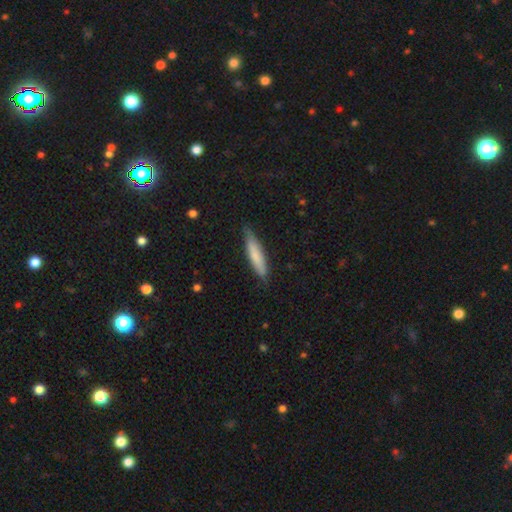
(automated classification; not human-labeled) The model was most divided on "smooth or featured": smooth: 75%, featured or disk: 20%, star or artifact: 6%. More confident: how rounded — cigar-shaped (84%); merging — none (78%).